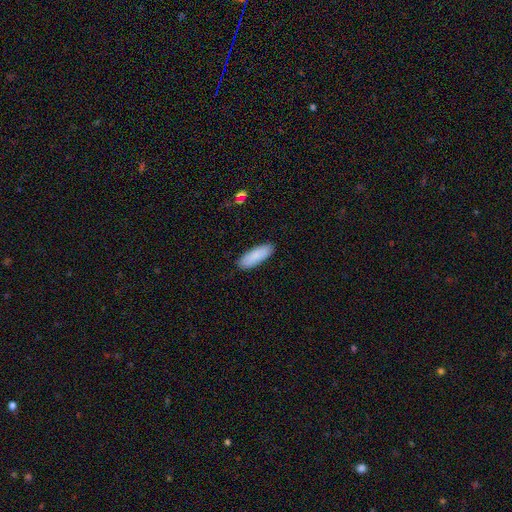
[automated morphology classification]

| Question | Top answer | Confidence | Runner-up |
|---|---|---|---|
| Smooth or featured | smooth | 88% | featured or disk (7%) |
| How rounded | in between | 63% | cigar-shaped (36%) |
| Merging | none | 88% | minor disturbance (9%) |